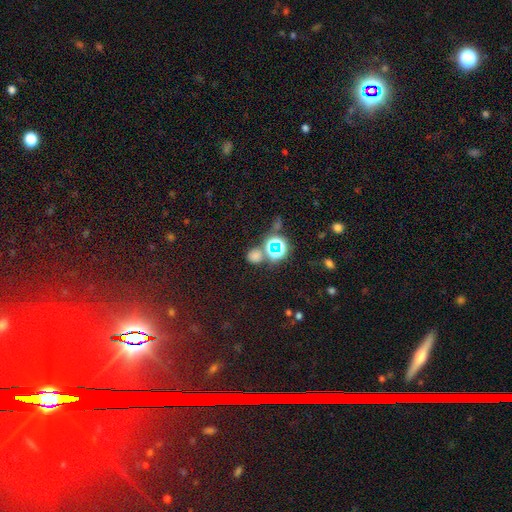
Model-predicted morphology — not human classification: Smooth or featured? Predicted: smooth (p=0.56). How rounded? Predicted: round (p=0.82). Merging? Predicted: none (p=0.72).